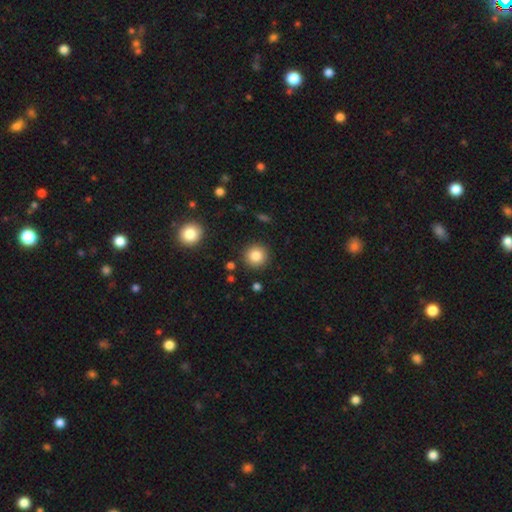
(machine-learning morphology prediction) smooth_or_featured: smooth (p=0.84) [alt: star or artifact p=0.10]
how_rounded: round (p=0.93) [alt: in between p=0.06]
merging: none (p=0.90) [alt: minor disturbance p=0.06]